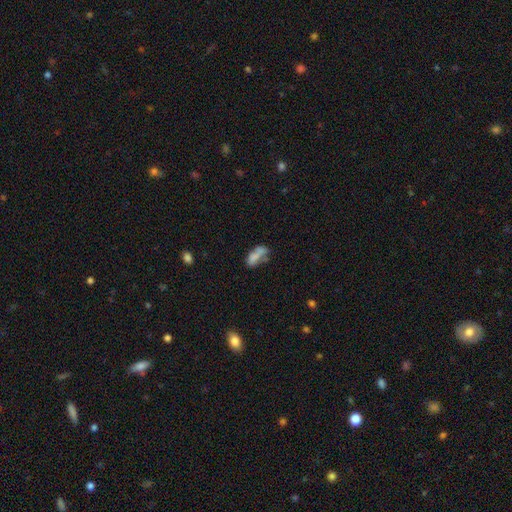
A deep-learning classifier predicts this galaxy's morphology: This is likely a smooth galaxy (67%). How rounded: clearly in between (82%). Merging: marginally none (31%).